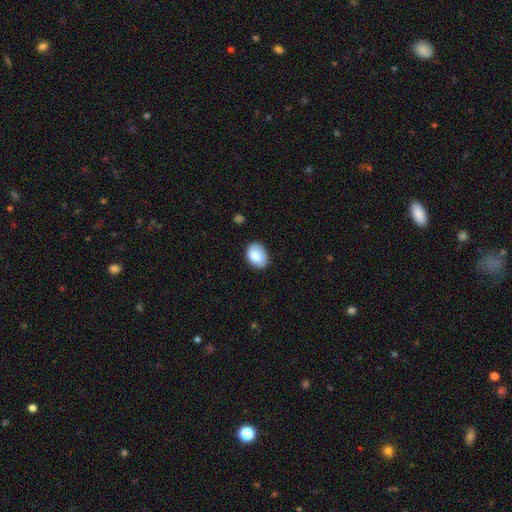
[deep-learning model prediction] Overall: smooth (84%). How rounded: in between (75%). Merging: none (76%).